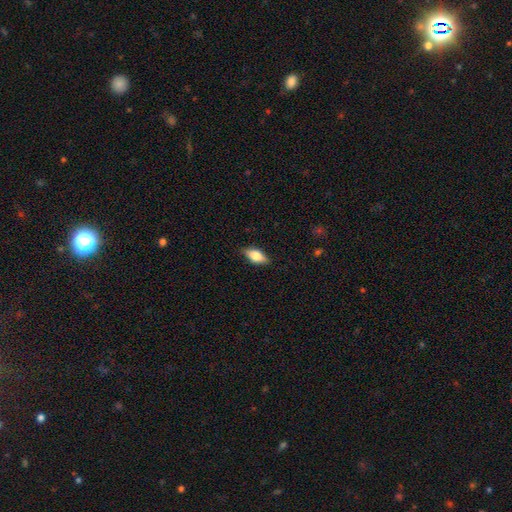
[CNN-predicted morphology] The model was most divided on "smooth or featured": smooth: 72%, featured or disk: 21%, star or artifact: 7%. More confident: how rounded — in between (84%); merging — none (84%).